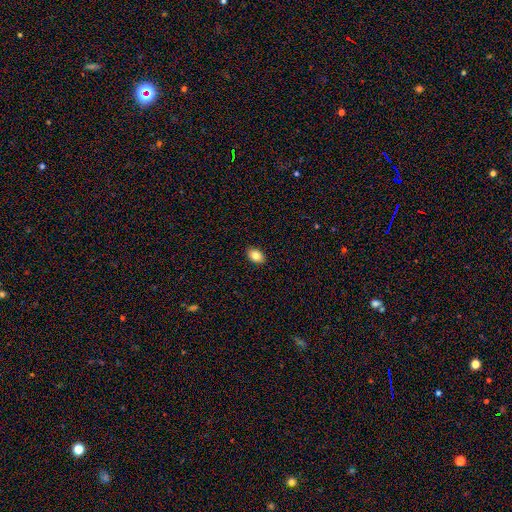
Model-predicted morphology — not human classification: smooth 83%, star or artifact 9%, featured or disk 8%. Down the decision tree: how rounded — in between (83%); merging — none (90%).